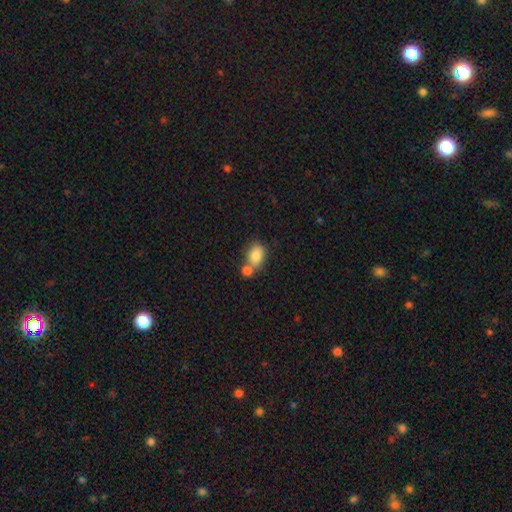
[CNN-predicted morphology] A smooth galaxy with no disk features (83%) that is in between round and cigar-shaped (76%). Merging: none (42%, tied with merger).